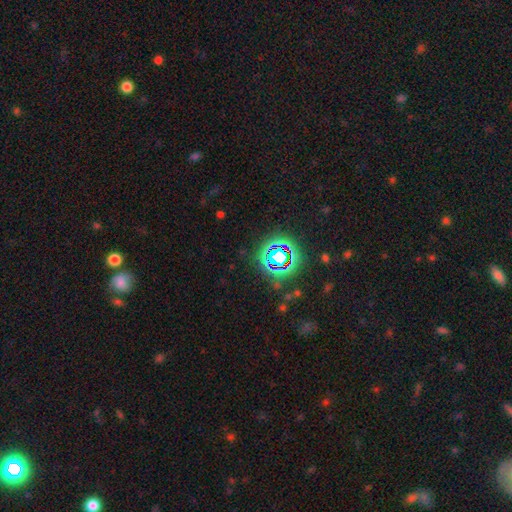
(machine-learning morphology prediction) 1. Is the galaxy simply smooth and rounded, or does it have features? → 75% star or artifact, 16% smooth, 10% featured or disk.